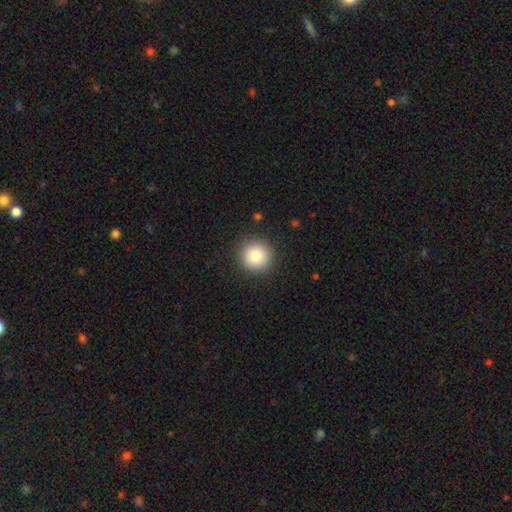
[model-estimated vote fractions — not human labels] Smooth or featured? smooth (84%)
How rounded? round (95%)
Merging? none (90%)